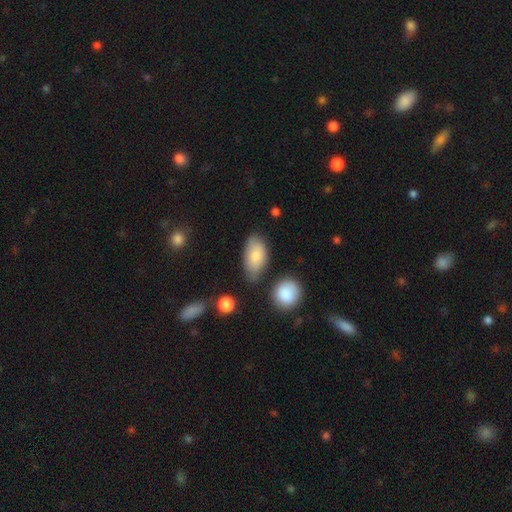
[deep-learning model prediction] The model was most divided on "merging": none: 57%, minor disturbance: 28%, merger: 8%, major disturbance: 7%. More confident: how rounded — in between (92%); smooth or featured — smooth (79%).